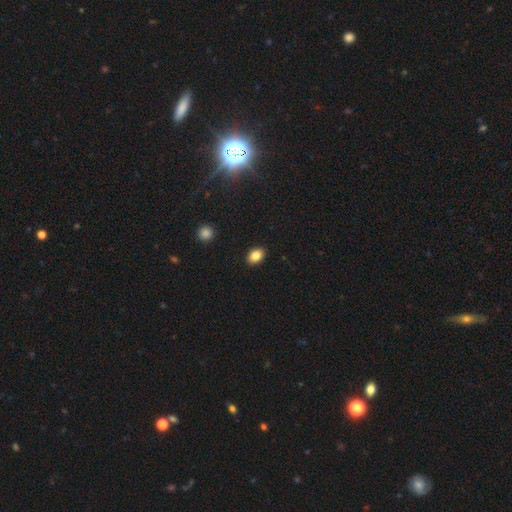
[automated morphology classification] smooth_or_featured: smooth (p=0.85) [alt: star or artifact p=0.09]
how_rounded: in between (p=0.78) [alt: round p=0.21]
merging: none (p=0.90) [alt: minor disturbance p=0.07]